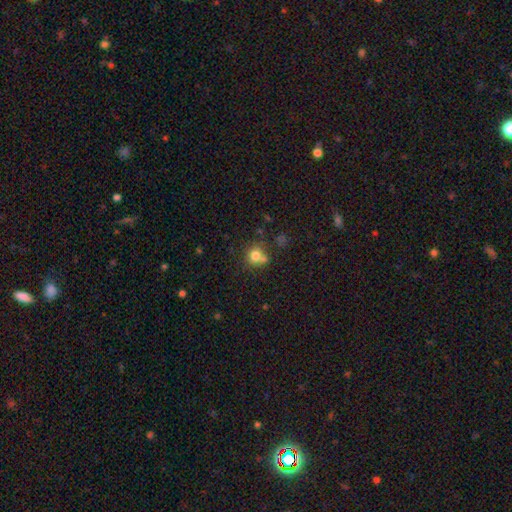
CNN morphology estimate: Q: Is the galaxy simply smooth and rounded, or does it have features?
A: smooth — 78%.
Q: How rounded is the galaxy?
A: round — 81%.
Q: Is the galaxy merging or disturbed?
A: none — 55%.